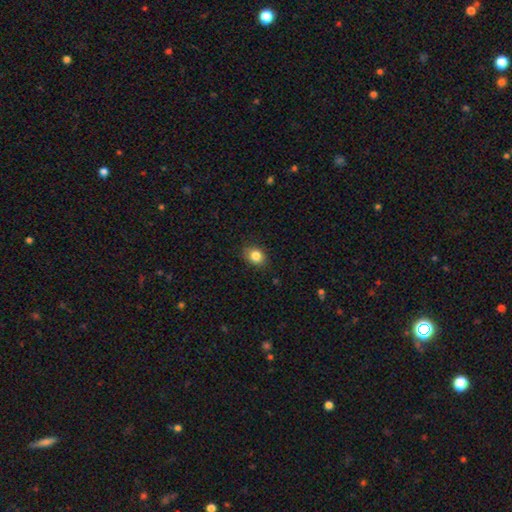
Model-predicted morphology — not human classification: smooth 84%, star or artifact 10%, featured or disk 7%. Down the decision tree: how rounded — in between (55%); merging — none (84%).